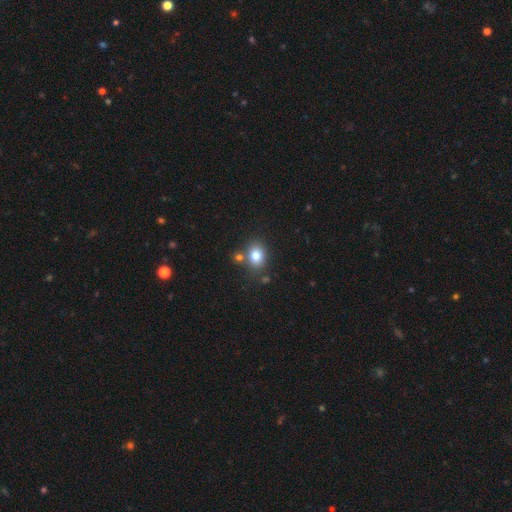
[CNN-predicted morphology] Smooth or featured? smooth (81%)
How rounded? in between (52%)
Merging? none (71%)